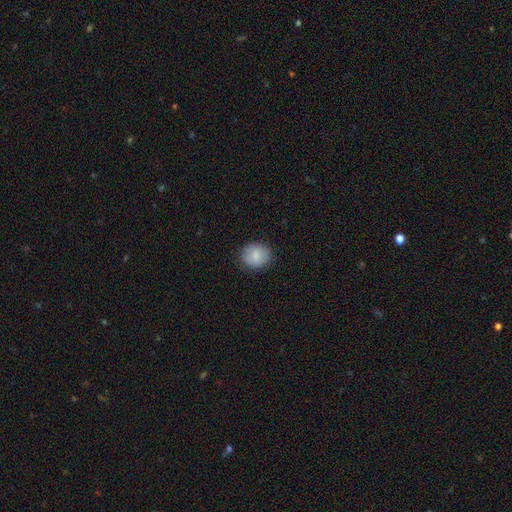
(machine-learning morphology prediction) smooth 83%, featured or disk 10%, star or artifact 8%. Down the decision tree: how rounded — round (74%); merging — none (86%).